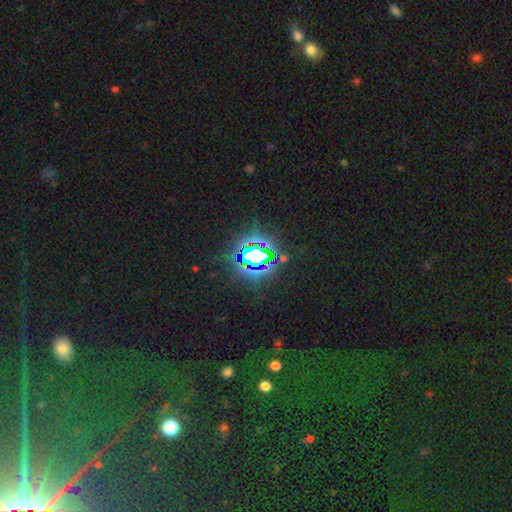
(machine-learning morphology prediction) A star or artifact, not a galaxy (78%).

Vote fractions:
- Smooth or featured? star or artifact: 78% / smooth: 12% / featured or disk: 10%